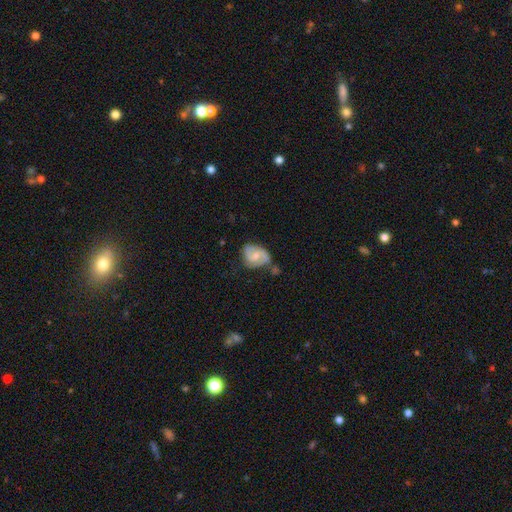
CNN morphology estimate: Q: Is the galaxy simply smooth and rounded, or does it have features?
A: featured or disk — 66%.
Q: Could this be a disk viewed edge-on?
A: no — 97%.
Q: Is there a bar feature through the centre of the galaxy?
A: weak — 46%.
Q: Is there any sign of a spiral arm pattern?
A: yes — 89%.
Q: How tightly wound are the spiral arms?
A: medium — 47%.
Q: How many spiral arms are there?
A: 2 — 77%.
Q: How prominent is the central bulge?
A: moderate — 47%.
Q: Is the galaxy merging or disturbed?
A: none — 46%.